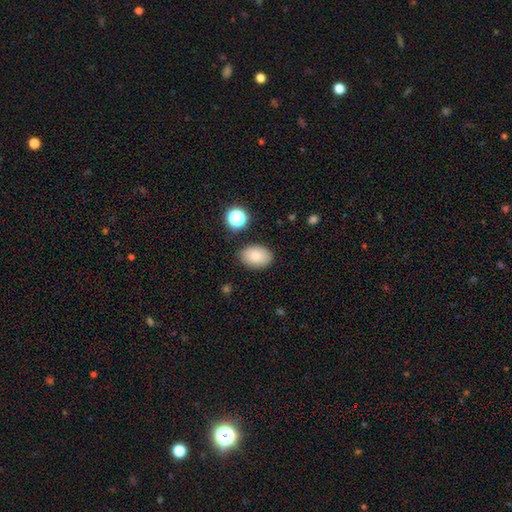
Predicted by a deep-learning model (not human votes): smooth 84%, star or artifact 9%, featured or disk 7%. Down the decision tree: how rounded — in between (85%); merging — none (84%).